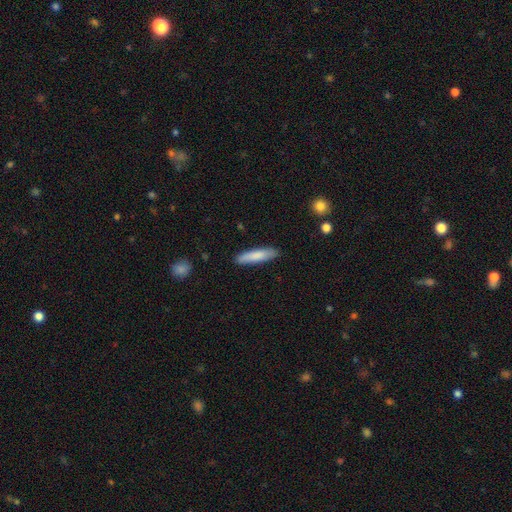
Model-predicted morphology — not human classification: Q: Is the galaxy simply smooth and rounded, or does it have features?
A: smooth — 81%.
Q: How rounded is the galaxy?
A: cigar-shaped — 83%.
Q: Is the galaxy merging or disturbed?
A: none — 88%.